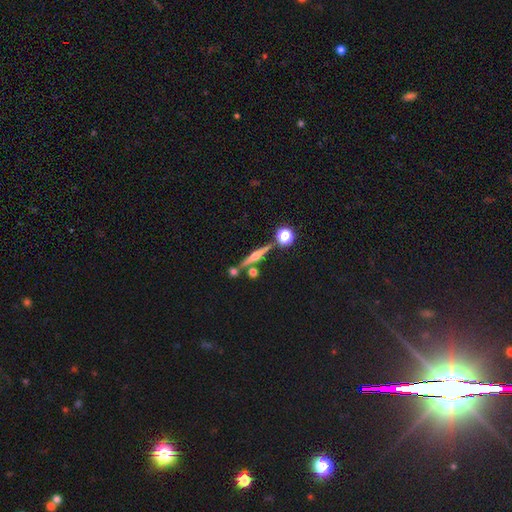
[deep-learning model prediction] Smooth or featured? featured or disk (73%)
Edge-on disk? yes (97%)
Edge-on bulge? rounded (89%)
Merging? none (81%)